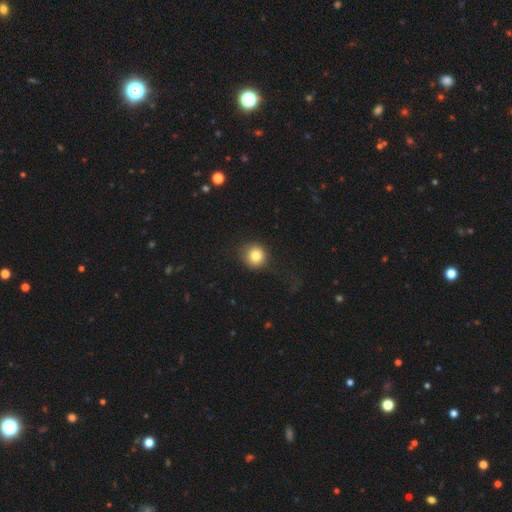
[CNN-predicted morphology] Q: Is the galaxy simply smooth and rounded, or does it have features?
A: smooth — 81%.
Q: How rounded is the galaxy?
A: round — 92%.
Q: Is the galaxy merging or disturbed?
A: none — 79%.